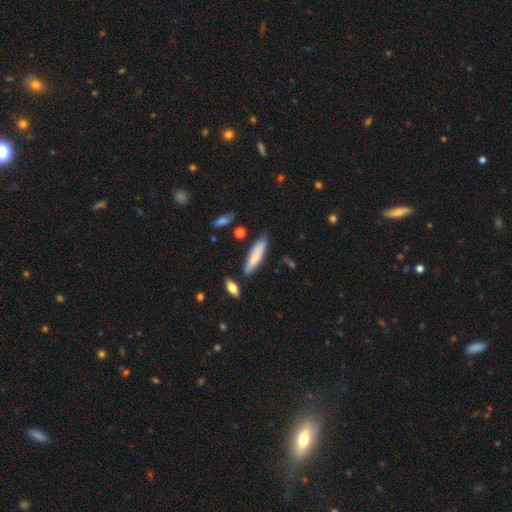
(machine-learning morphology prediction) A smooth galaxy with no disk features (78%) that is cigar-shaped (74%). Merging: none (79%).